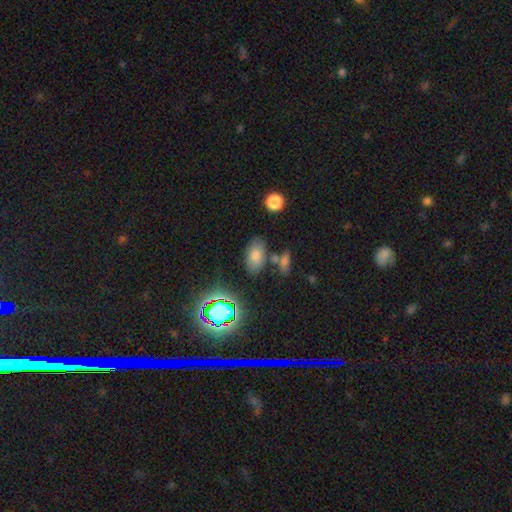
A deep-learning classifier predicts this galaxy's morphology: smooth-or-featured: smooth: 70% | star or artifact: 16% | featured or disk: 14%
  how-rounded: in between: 90% | round: 7% | cigar-shaped: 3%
  merging: none: 74% | minor disturbance: 13% | merger: 9% | major disturbance: 4%